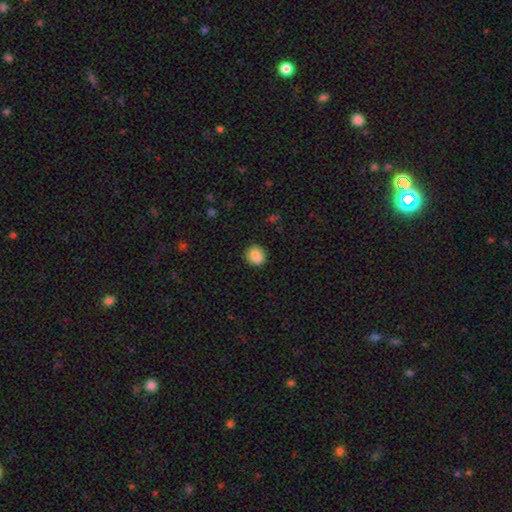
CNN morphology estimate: Smooth or featured: smooth — 85% (star or artifact — 9%)
How rounded: round — 84% (in between — 15%)
Merging: none — 83% (minor disturbance — 11%)